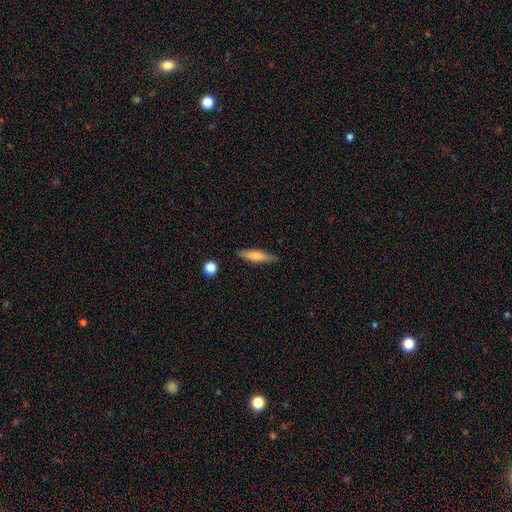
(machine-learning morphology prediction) smooth 69%, featured or disk 24%, star or artifact 7%. Down the decision tree: how rounded — cigar-shaped (74%); merging — none (81%).